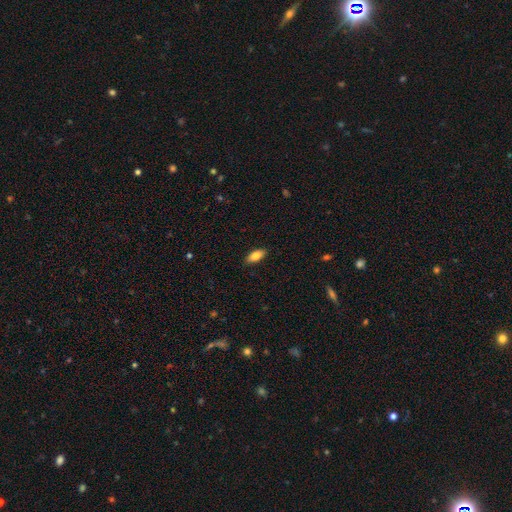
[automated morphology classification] A smooth galaxy with no disk features (82%) that is in between round and cigar-shaped (82%). Merging: none (86%).